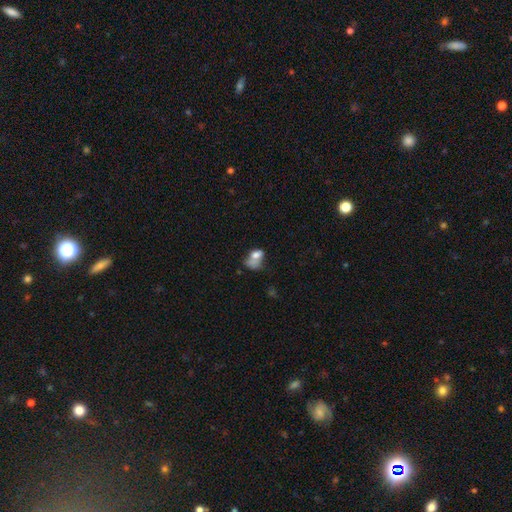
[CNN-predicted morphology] This is likely a smooth galaxy (67%). How rounded: likely in between (74%). Merging: marginally merger (35%).